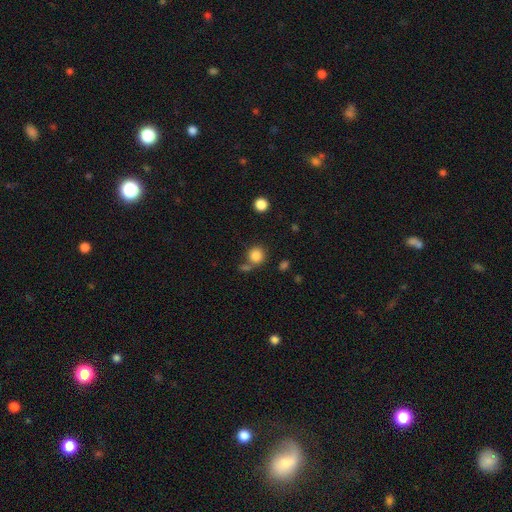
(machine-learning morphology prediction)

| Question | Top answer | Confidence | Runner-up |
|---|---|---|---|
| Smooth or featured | smooth | 84% | star or artifact (11%) |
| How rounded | round | 88% | in between (11%) |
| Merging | none | 66% | merger (18%) |